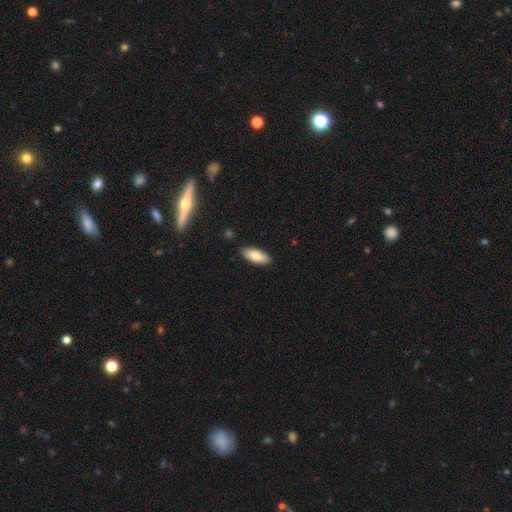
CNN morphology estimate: smooth_or_featured: smooth (p=0.78) [alt: featured or disk p=0.16]
how_rounded: in between (p=0.82) [alt: cigar-shaped p=0.16]
merging: none (p=0.88) [alt: minor disturbance p=0.09]